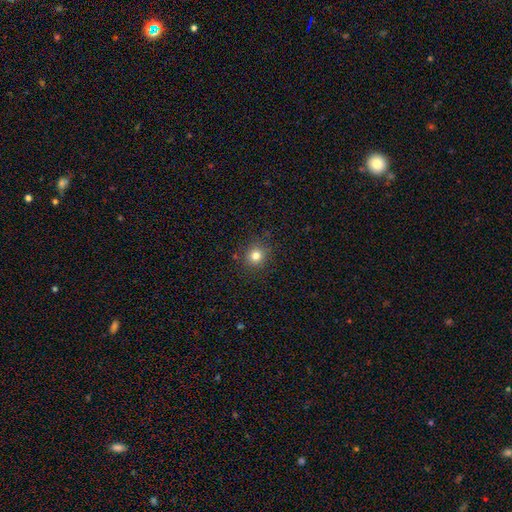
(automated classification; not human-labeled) Morphology: type=smooth (79%); roundness=round (90%); merging=none (88%).